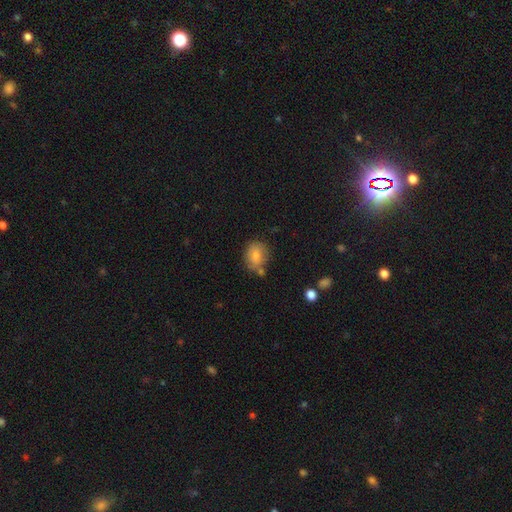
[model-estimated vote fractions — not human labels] A smooth galaxy with no disk features (75%) that is round (57%).

Vote fractions:
- Smooth or featured? smooth: 75% / featured or disk: 14% / star or artifact: 11%
- How rounded? round: 57% / in between: 42% / cigar-shaped: 1%
- Merging? none: 70% / minor disturbance: 17% / merger: 8% / major disturbance: 4%